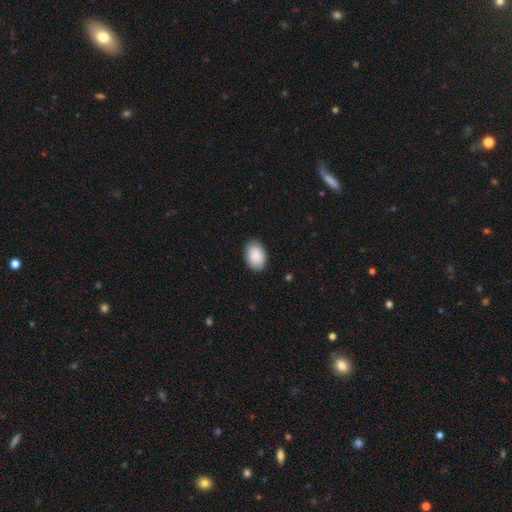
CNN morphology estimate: This is clearly a smooth galaxy (89%). How rounded: clearly in between (88%). Merging: clearly none (87%).